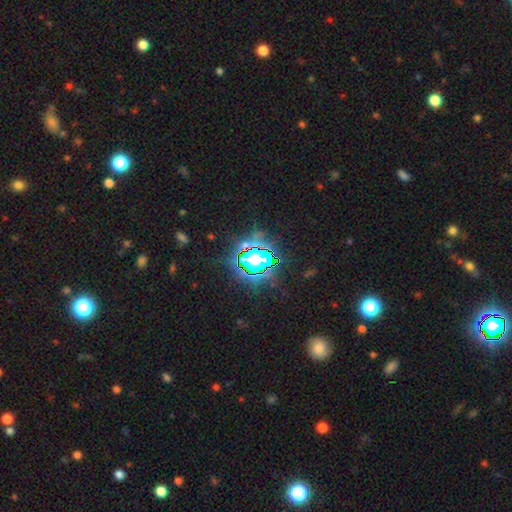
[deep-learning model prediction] Overall: star or artifact (80%).